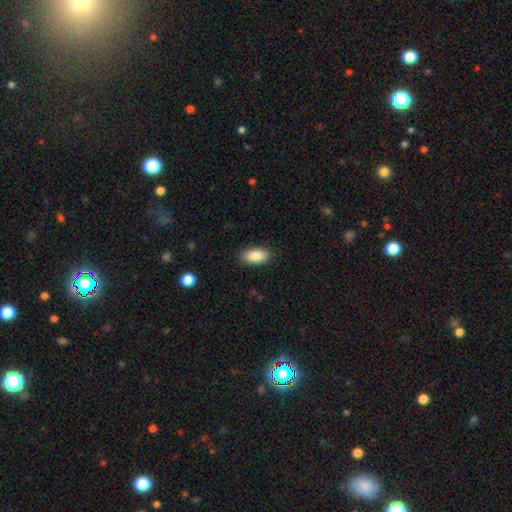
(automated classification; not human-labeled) Smooth or featured? smooth (87%)
How rounded? in between (92%)
Merging? none (87%)